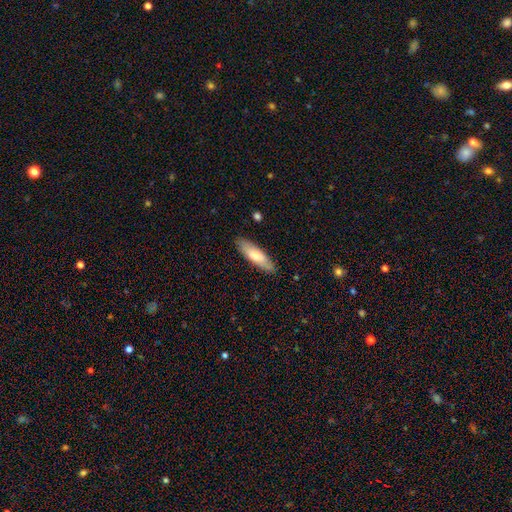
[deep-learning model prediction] Smooth or featured? Predicted: smooth (p=0.73). How rounded? Predicted: cigar-shaped (p=0.55). Merging? Predicted: none (p=0.87).